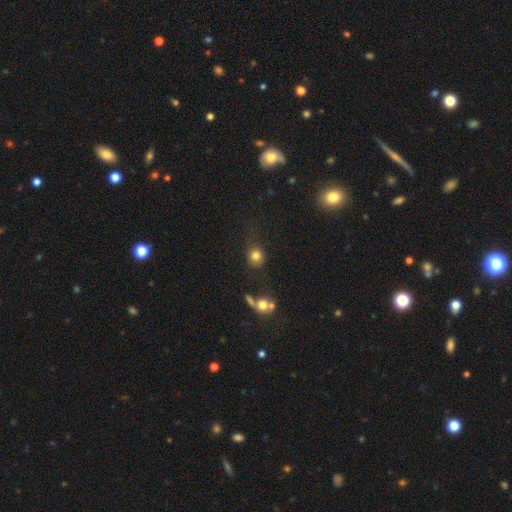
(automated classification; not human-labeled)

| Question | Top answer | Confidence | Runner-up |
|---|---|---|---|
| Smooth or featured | smooth | 79% | star or artifact (13%) |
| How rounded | round | 83% | in between (15%) |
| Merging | none | 70% | minor disturbance (15%) |